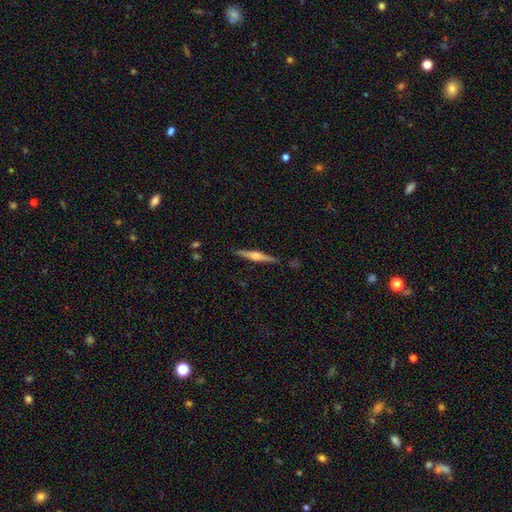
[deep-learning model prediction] Smooth or featured? featured or disk (69%)
Edge-on disk? yes (98%)
Edge-on bulge? rounded (80%)
Merging? none (90%)